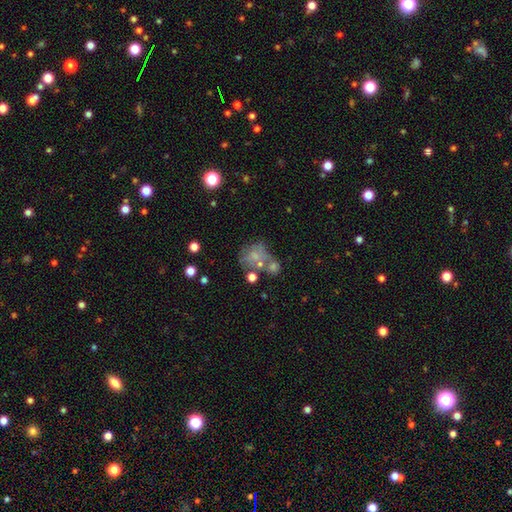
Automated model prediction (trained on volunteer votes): Smooth or featured? Predicted: smooth (p=0.42). Merging? Predicted: none (p=0.30).